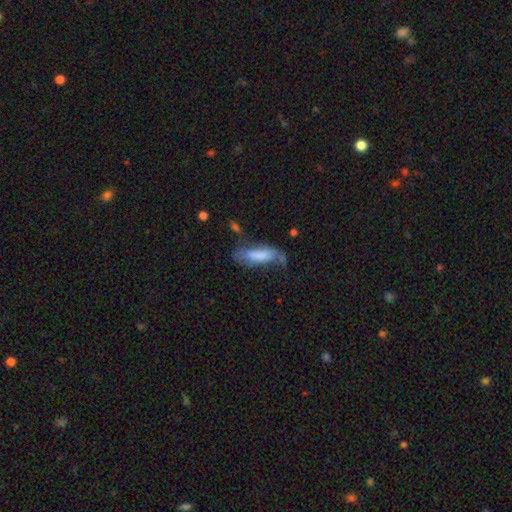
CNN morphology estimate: This is likely a smooth galaxy (62%). How rounded: possibly cigar-shaped (51%). Merging: marginally none (44%).